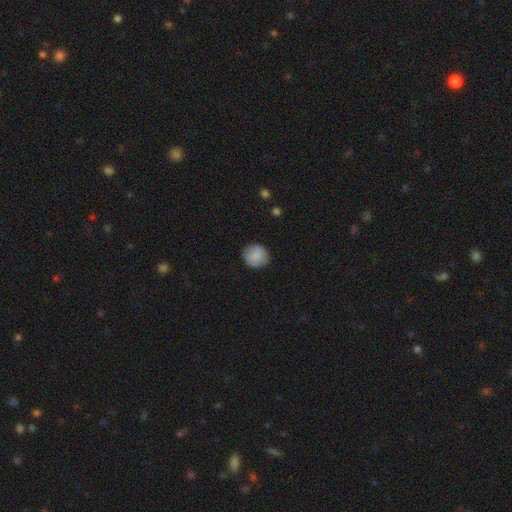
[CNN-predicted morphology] smooth_or_featured: smooth (p=0.84) [alt: featured or disk p=0.09]
how_rounded: round (p=0.87) [alt: in between p=0.12]
merging: none (p=0.82) [alt: minor disturbance p=0.13]